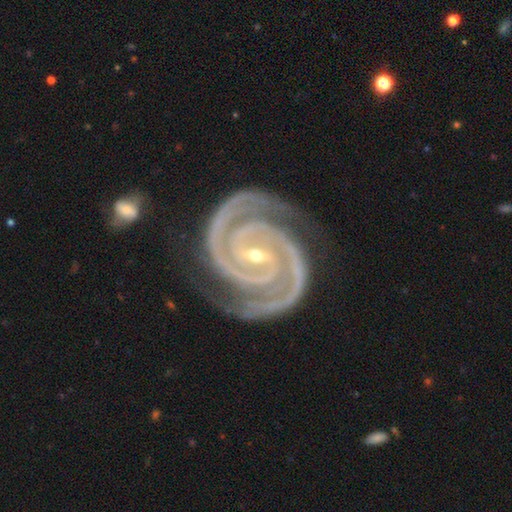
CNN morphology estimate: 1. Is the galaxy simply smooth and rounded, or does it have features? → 94% featured or disk, 4% star or artifact, 2% smooth.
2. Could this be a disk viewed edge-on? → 98% no, 2% yes.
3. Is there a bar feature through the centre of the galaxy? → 45% strong, 35% weak, 20% no.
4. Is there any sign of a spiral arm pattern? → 99% yes, 1% no.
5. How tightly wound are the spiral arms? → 78% tight, 20% medium, 2% loose.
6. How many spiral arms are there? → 85% 2, 7% 3, 2% can't tell, 2% 4, 2% more than 4, 2% 1.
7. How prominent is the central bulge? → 74% small, 23% moderate, 1% none, 1% large, 1% dominant.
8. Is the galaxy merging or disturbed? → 79% none, 15% minor disturbance, 4% major disturbance, 2% merger.